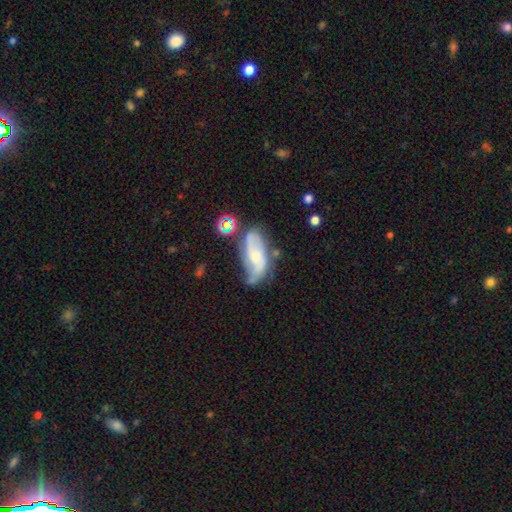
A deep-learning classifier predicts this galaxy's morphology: smooth_or_featured: featured or disk (p=0.66) [alt: smooth p=0.26]
disk_edge_on: no (p=0.92) [alt: yes p=0.08]
bar: no (p=0.56) [alt: weak p=0.33]
has_spiral_arms: yes (p=0.87) [alt: no p=0.13]
spiral_winding: loose (p=0.41) [alt: medium p=0.39]
spiral_arm_count: 2 (p=0.74) [alt: can't tell p=0.15]
bulge_size: small (p=0.55) [alt: moderate p=0.32]
merging: none (p=0.48) [alt: minor disturbance p=0.28]